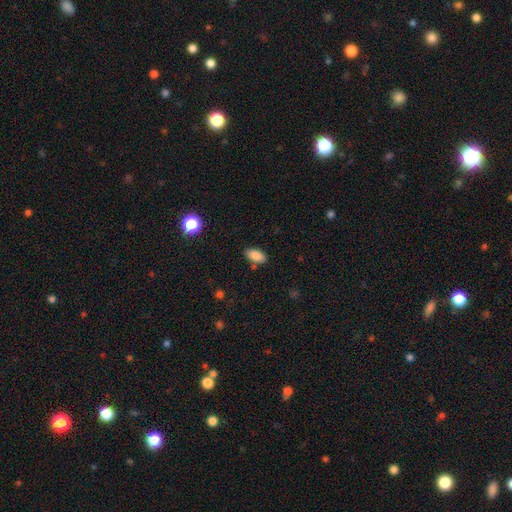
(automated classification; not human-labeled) Morphology: type=smooth (86%); roundness=in between (92%); merging=none (82%).